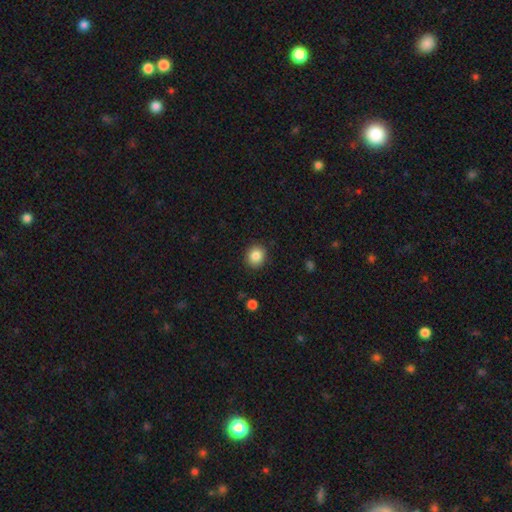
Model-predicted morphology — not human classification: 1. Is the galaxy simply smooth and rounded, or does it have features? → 86% smooth, 9% star or artifact, 5% featured or disk.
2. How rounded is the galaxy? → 76% round, 23% in between, 1% cigar-shaped.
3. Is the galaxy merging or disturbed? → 89% none, 7% minor disturbance, 2% major disturbance, 1% merger.